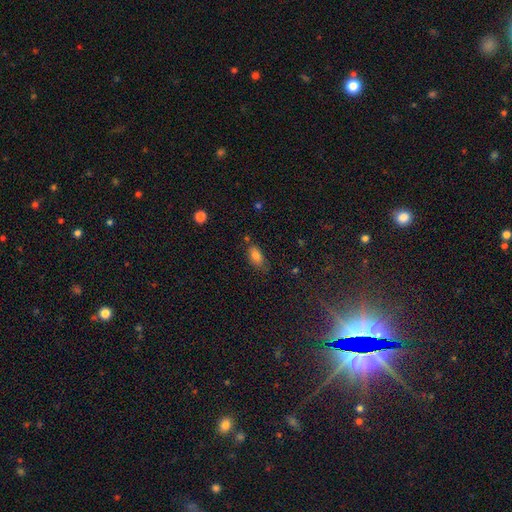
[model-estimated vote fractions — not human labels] A smooth galaxy with no disk features (80%) that is in between round and cigar-shaped (88%). Merging: none (71%).